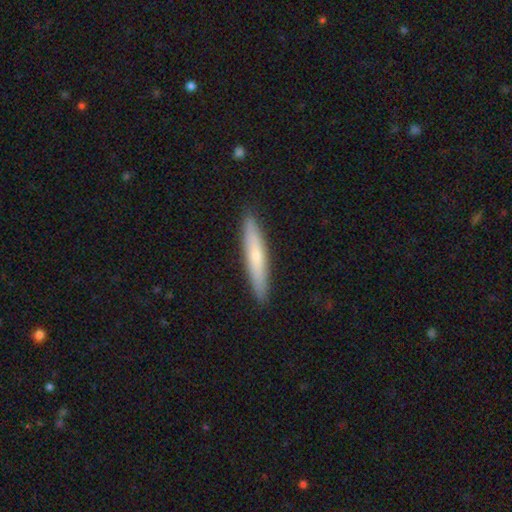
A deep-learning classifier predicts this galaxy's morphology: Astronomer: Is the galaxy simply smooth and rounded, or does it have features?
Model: smooth — 56% (runner-up: featured or disk, 39%).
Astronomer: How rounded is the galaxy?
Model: cigar-shaped — 92%.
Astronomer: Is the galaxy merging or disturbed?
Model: none — 91%.